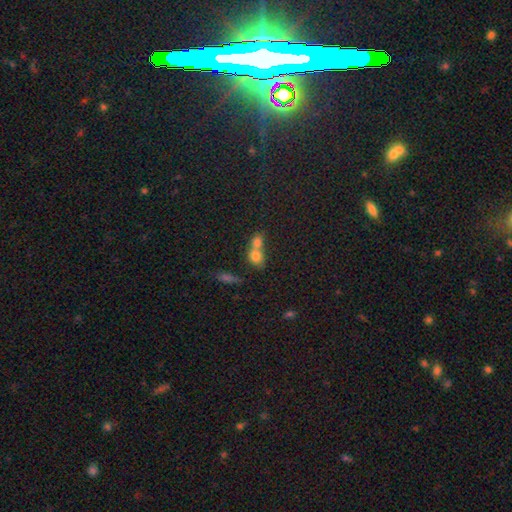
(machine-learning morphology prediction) type=smooth (76%); roundness=round (57%); merging=merger (69%).